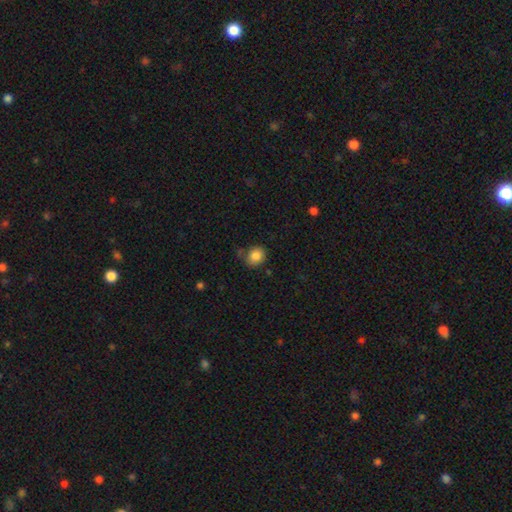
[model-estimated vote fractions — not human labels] Smooth or featured?
  - smooth: 85% *
  - star or artifact: 9%
  - featured or disk: 6%
How rounded?
  - round: 74% *
  - in between: 25%
  - cigar-shaped: 1%
Merging?
  - none: 70% *
  - minor disturbance: 19%
  - merger: 5%
  - major disturbance: 5%